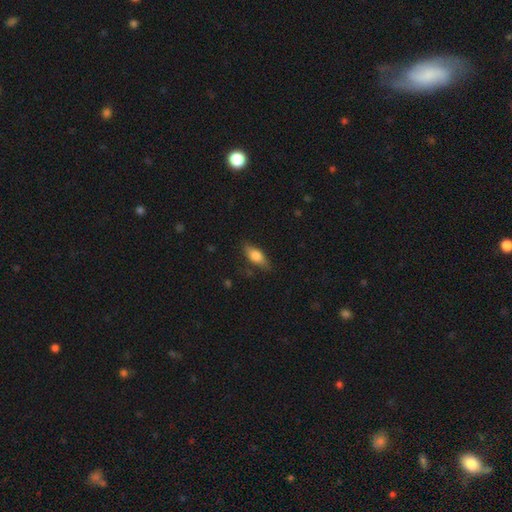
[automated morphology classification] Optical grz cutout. It shows a smooth galaxy with no disk features (69%) that is in between round and cigar-shaped (73%). Merging: none (78%).